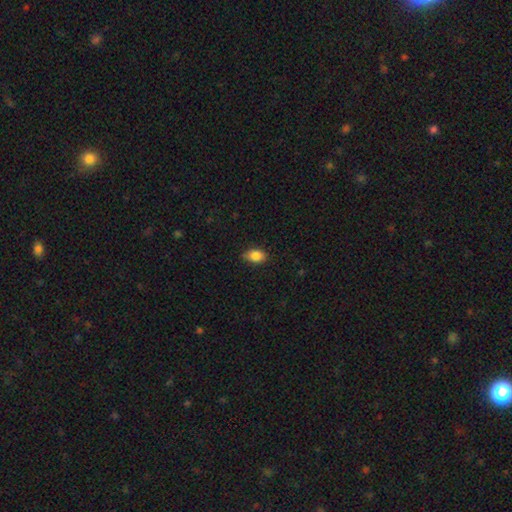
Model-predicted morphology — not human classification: type=smooth (85%); roundness=in between (80%); merging=none (74%).